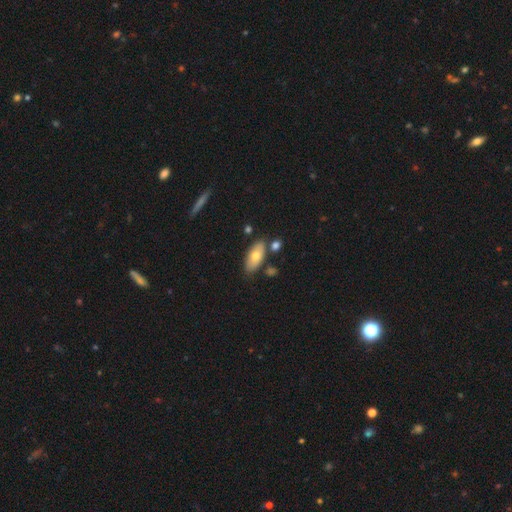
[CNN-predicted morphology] smooth_or_featured: smooth (p=0.70) [alt: featured or disk p=0.23]
how_rounded: in between (p=0.87) [alt: cigar-shaped p=0.09]
merging: none (p=0.78) [alt: minor disturbance p=0.13]